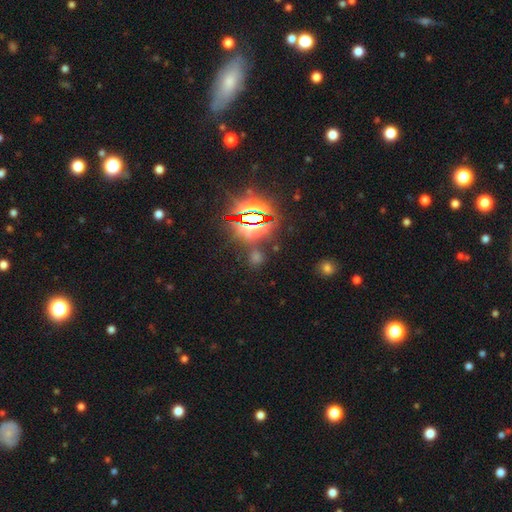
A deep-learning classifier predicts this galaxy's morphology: This appears to be a star or artifact, not a galaxy (76%).